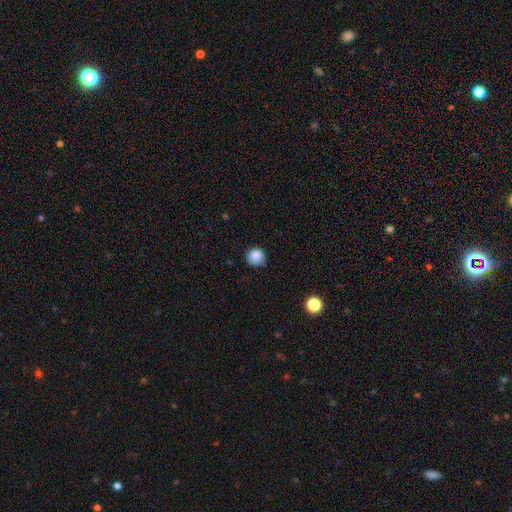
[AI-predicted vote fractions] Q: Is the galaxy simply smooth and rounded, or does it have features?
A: smooth — 85%.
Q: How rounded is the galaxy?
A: round — 91%.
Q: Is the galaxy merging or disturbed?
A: none — 70%.